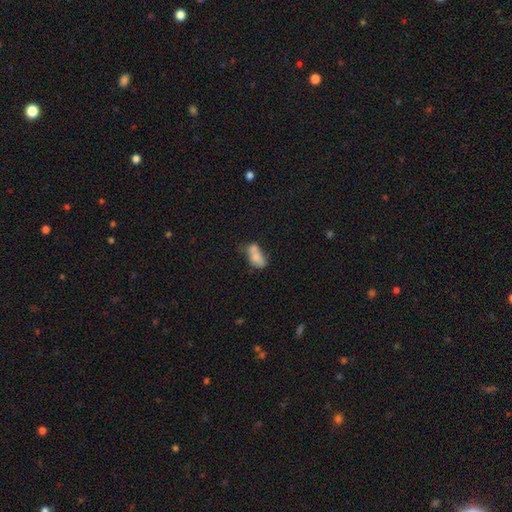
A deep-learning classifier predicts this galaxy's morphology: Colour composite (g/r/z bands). It shows a smooth galaxy with no disk features (70%) that is in between round and cigar-shaped (84%). Merging: merger (41%).